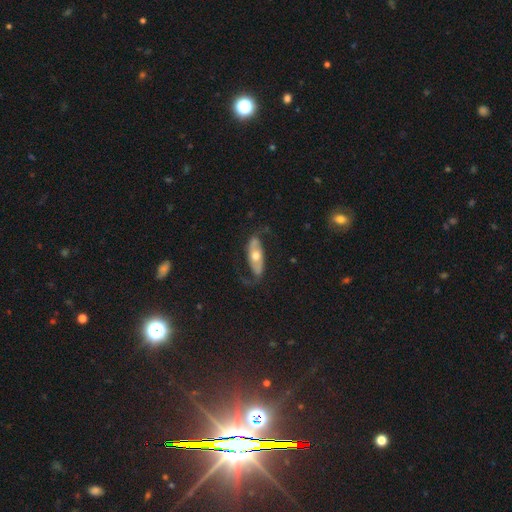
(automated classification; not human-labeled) smooth_or_featured: featured or disk (p=0.61) [alt: smooth p=0.34]
disk_edge_on: no (p=0.75) [alt: yes p=0.25]
merging: none (p=0.66) [alt: minor disturbance p=0.20]